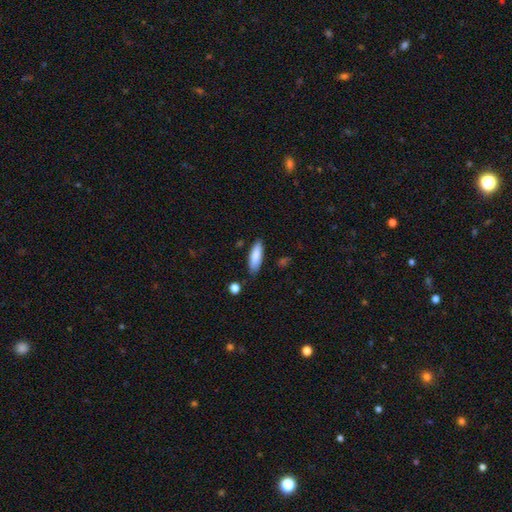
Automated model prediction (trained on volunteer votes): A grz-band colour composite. It shows a smooth galaxy with no disk features (86%) that is in between round and cigar-shaped (50%). Merging: none (82%).